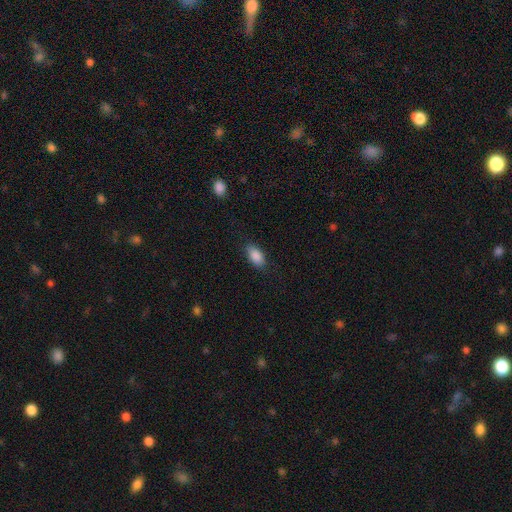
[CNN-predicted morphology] The model was most divided on "merging": none: 84%, minor disturbance: 12%, major disturbance: 3%, merger: 1%. More confident: how rounded — in between (91%); smooth or featured — smooth (89%).